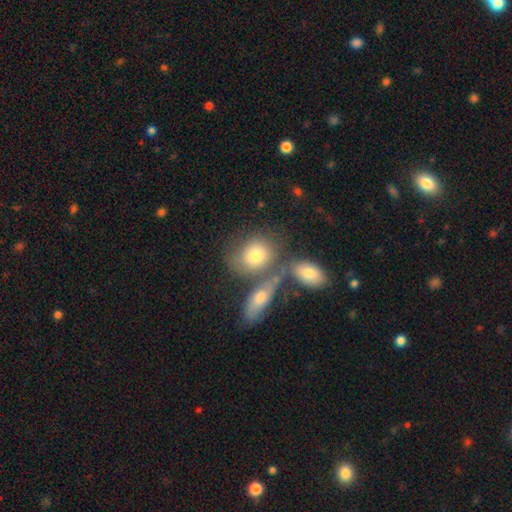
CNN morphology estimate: This is likely a smooth galaxy (73%). How rounded: possibly in between (52%). Merging: marginally none (43%).